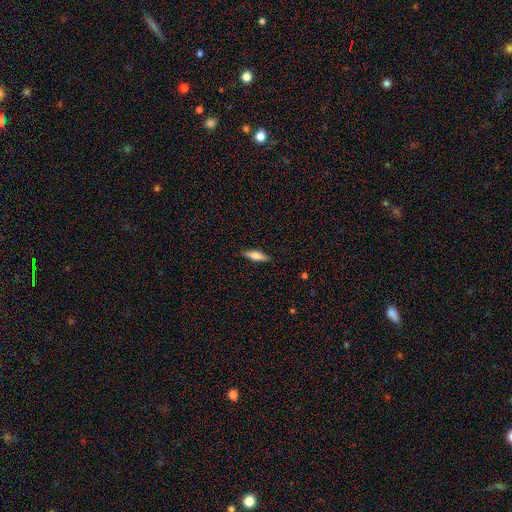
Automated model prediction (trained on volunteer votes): smooth-or-featured: smooth: 65% | featured or disk: 28% | star or artifact: 6%
  how-rounded: cigar-shaped: 58% | in between: 40% | round: 2%
  merging: none: 88% | minor disturbance: 9% | major disturbance: 2% | merger: 1%